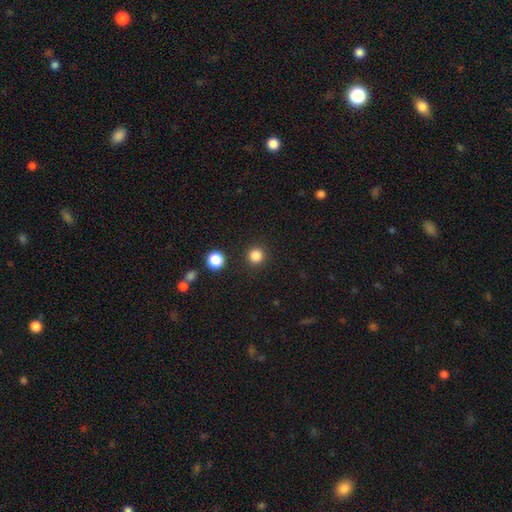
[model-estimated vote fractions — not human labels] This appears to be a smooth galaxy with no disk features (84%) that is round (95%). Merging: none (91%).